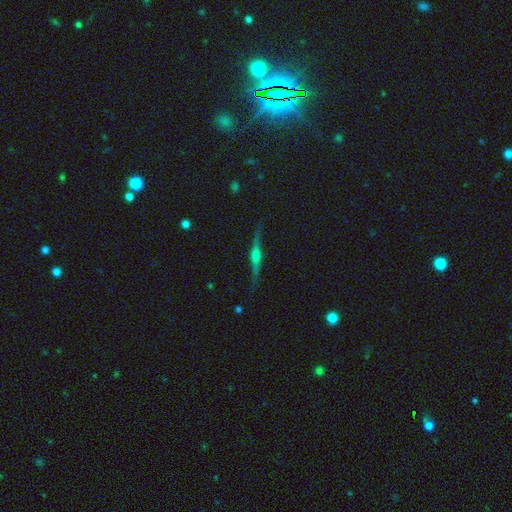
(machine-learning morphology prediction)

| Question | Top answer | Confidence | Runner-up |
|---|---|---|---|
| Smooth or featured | featured or disk | 74% | smooth (19%) |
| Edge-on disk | yes | 96% | no (4%) |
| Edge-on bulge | rounded | 84% | boxy (10%) |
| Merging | none | 83% | minor disturbance (12%) |